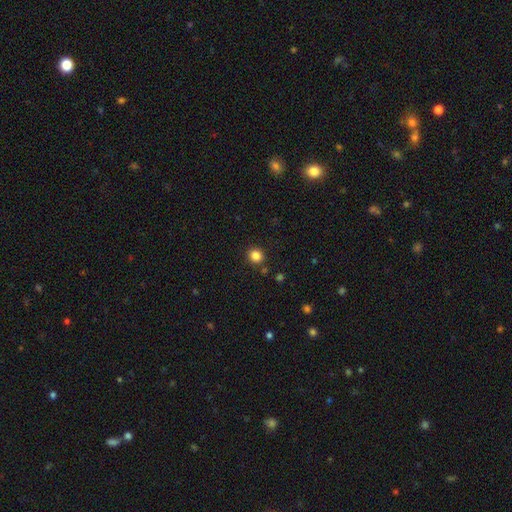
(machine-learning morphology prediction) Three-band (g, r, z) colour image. It shows a smooth galaxy with no disk features (84%) that is round (86%). Merging: none (88%).